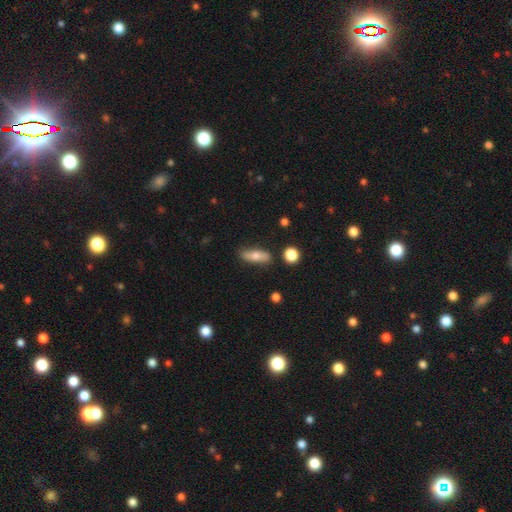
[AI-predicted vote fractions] smooth-or-featured: smooth: 68% | featured or disk: 25% | star or artifact: 7%
  how-rounded: in between: 52% | cigar-shaped: 44% | round: 4%
  merging: none: 80% | minor disturbance: 14% | merger: 3% | major disturbance: 3%